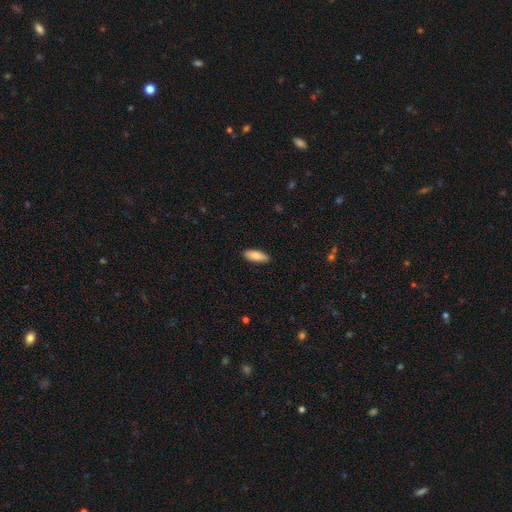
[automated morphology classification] smooth_or_featured: smooth (p=0.84) [alt: featured or disk p=0.10]
how_rounded: in between (p=0.77) [alt: cigar-shaped p=0.21]
merging: none (p=0.89) [alt: minor disturbance p=0.09]